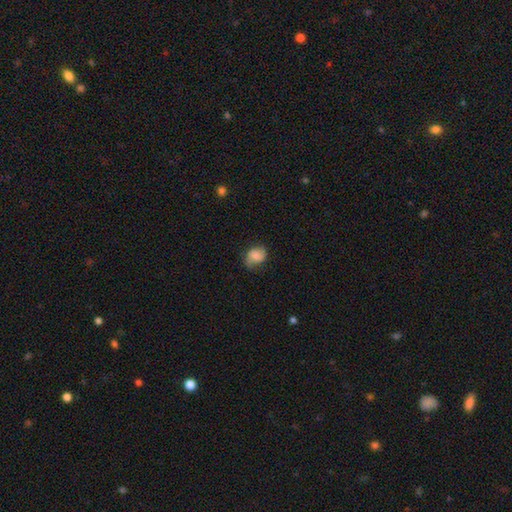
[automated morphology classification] smooth 69%, featured or disk 22%, star or artifact 9%. Down the decision tree: how rounded — in between (51%); merging — none (55%).